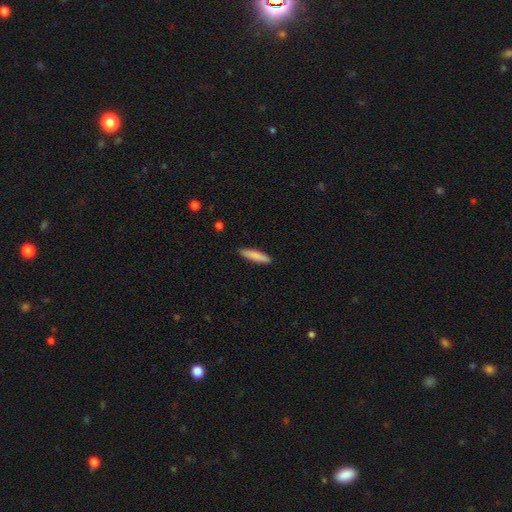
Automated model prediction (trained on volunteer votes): This is clearly a smooth galaxy (85%). How rounded: clearly cigar-shaped (84%). Merging: clearly none (90%).